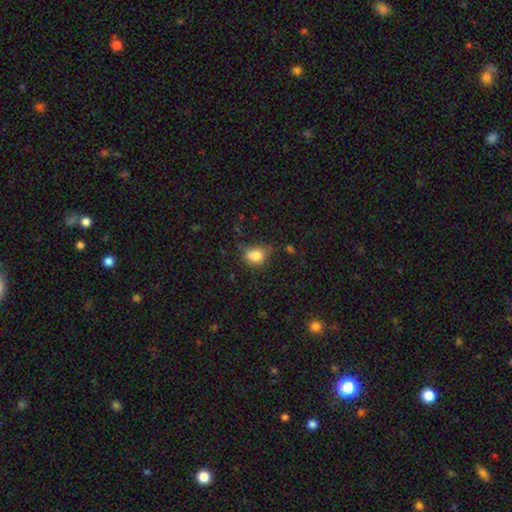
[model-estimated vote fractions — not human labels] smooth 81%, star or artifact 10%, featured or disk 8%. Down the decision tree: how rounded — in between (68%); merging — none (49%).